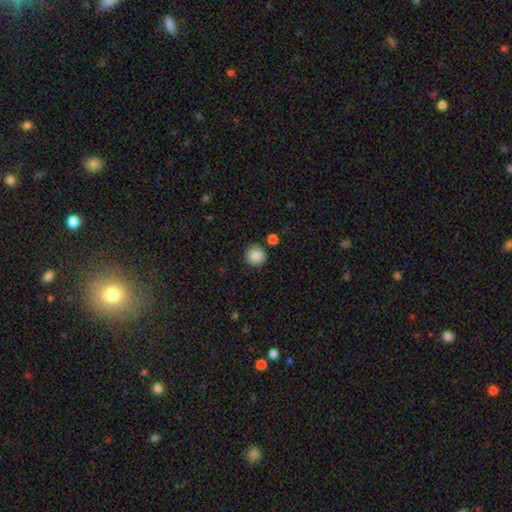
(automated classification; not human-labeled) Smooth or featured: smooth — 87% (star or artifact — 8%)
How rounded: round — 94% (in between — 5%)
Merging: none — 87% (minor disturbance — 7%)